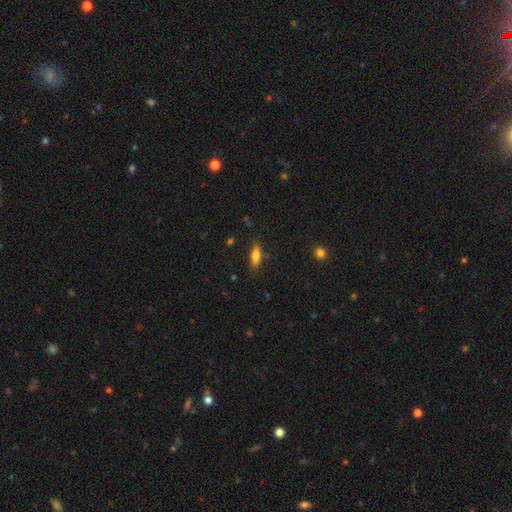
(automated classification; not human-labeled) This is likely a smooth galaxy (75%). How rounded: possibly in between (55%). Merging: clearly none (84%).